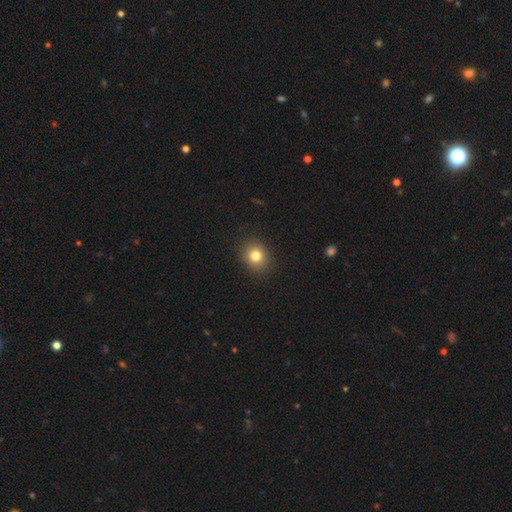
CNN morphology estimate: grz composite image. It shows a smooth galaxy with no disk features (81%) that is round (72%). Merging: none (89%).